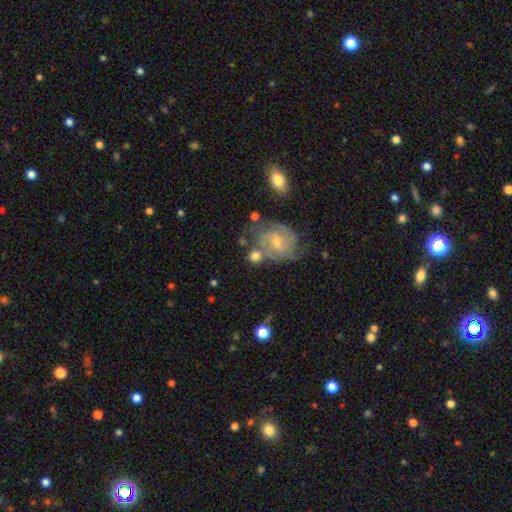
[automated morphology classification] smooth 46%, featured or disk 45%, star or artifact 10%. Down the decision tree: merging — none (57%).